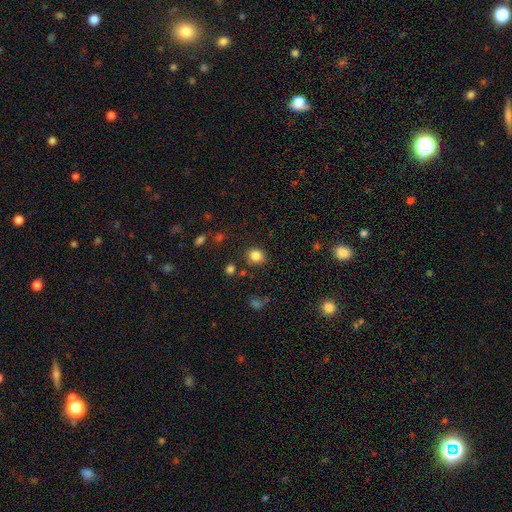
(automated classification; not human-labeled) Overall: smooth (83%). How rounded: round (71%). Merging: none (84%).